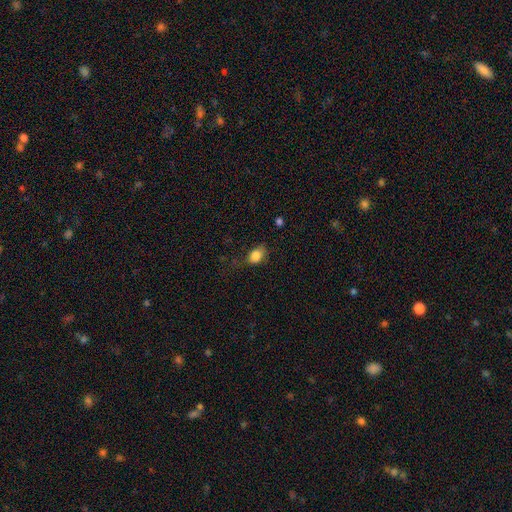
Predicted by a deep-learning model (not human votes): Morphology: type=smooth (84%); roundness=in between (72%); merging=none (59%).